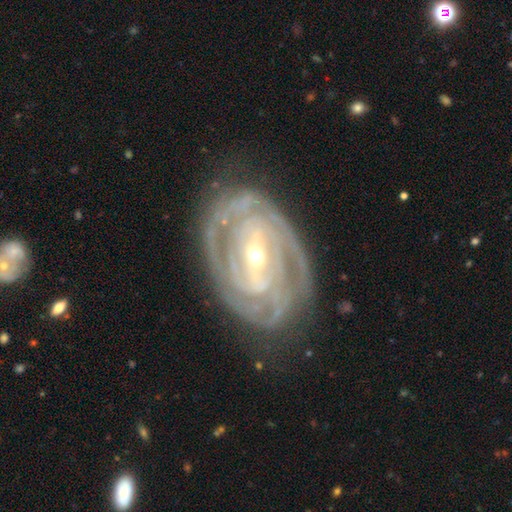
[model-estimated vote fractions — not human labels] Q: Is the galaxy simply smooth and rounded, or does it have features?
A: featured or disk — 90%.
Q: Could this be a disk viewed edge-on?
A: no — 96%.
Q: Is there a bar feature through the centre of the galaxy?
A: strong — 45%.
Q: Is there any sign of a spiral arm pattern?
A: yes — 96%.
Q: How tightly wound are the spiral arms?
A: tight — 77%.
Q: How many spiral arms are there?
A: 2 — 26%, tied with can't tell.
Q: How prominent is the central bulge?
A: small — 60%.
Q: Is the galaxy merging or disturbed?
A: none — 75%.